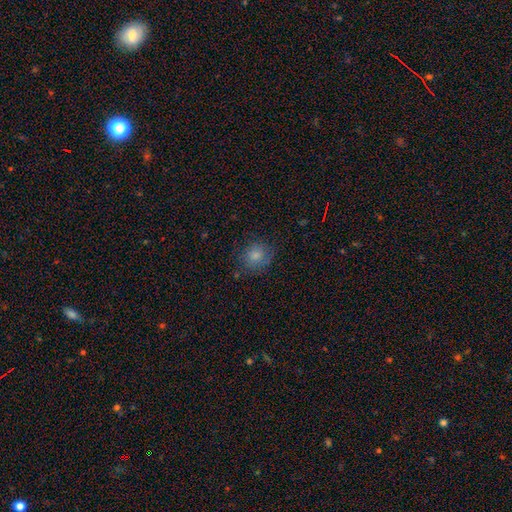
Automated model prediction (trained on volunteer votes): Smooth or featured: smooth — 82% (star or artifact — 10%)
How rounded: round — 79% (in between — 20%)
Merging: none — 77% (minor disturbance — 17%)